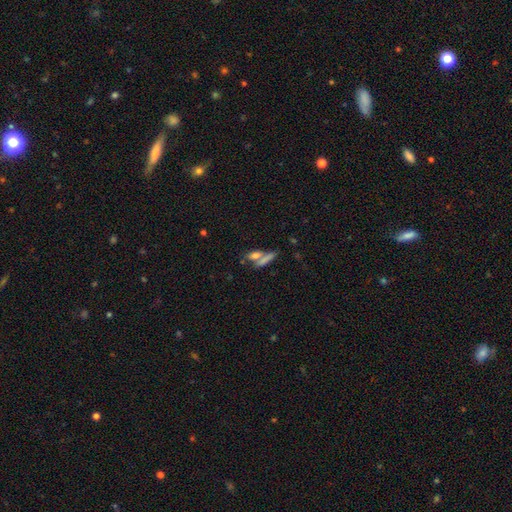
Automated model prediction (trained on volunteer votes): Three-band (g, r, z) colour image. It shows a smooth galaxy with no disk features (66%) that is cigar-shaped (50%). Merging: none (44%).